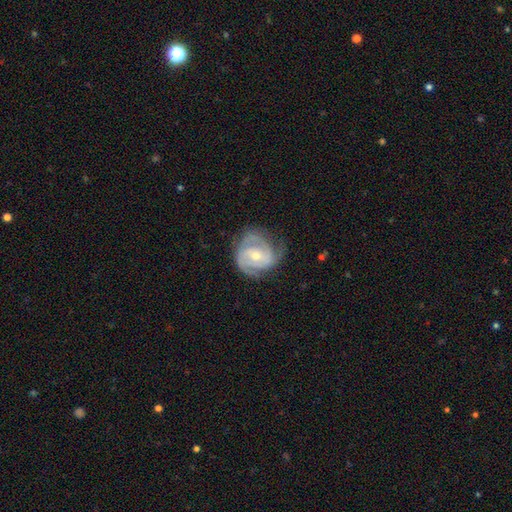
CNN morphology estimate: Smooth or featured: featured or disk — 85% (smooth — 10%)
Edge-on disk: no — 98% (yes — 2%)
Bar: weak — 42% (tied with no — 42%)
Spiral arms: yes — 95% (no — 5%)
Spiral winding: tight — 60% (medium — 33%)
Spiral arm count: 2 — 40% (3 — 29%)
Bulge size: moderate — 49% (small — 48%)
Merging: none — 65% (minor disturbance — 23%)